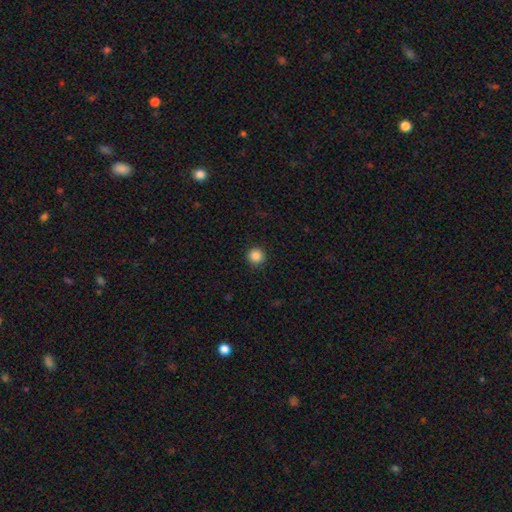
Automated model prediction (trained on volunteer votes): Smooth or featured? Predicted: smooth (p=0.86). How rounded? Predicted: round (p=0.95). Merging? Predicted: none (p=0.92).